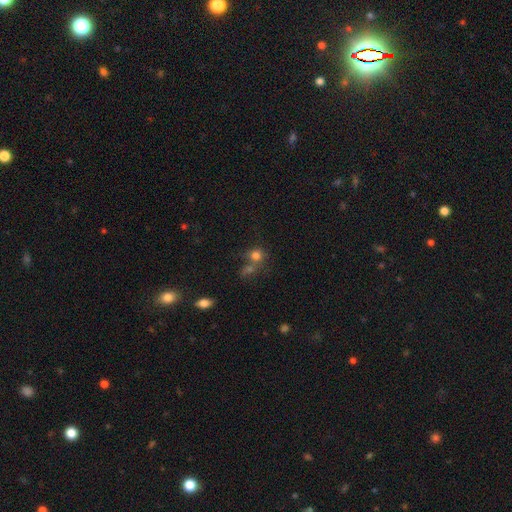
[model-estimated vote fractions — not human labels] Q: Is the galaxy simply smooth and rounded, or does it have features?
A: smooth — 76%.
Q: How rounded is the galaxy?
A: round — 80%.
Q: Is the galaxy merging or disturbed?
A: none — 47%.